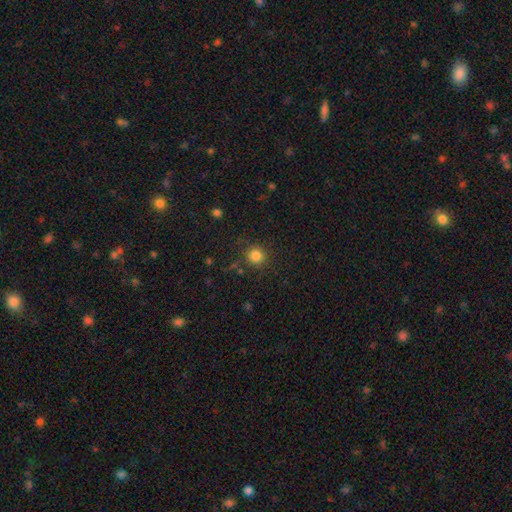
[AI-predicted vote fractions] Overall: smooth (83%). How rounded: round (93%). Merging: none (85%).